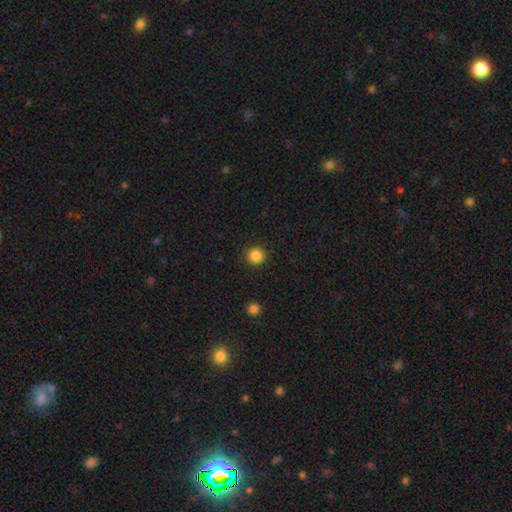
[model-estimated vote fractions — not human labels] Smooth or featured? smooth (85%)
How rounded? round (94%)
Merging? none (92%)